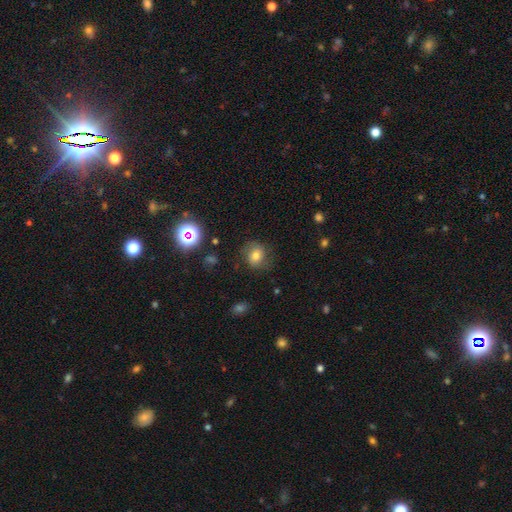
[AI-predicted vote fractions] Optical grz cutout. It shows a smooth galaxy with no disk features (59%) that is round (73%). Merging: none (73%).